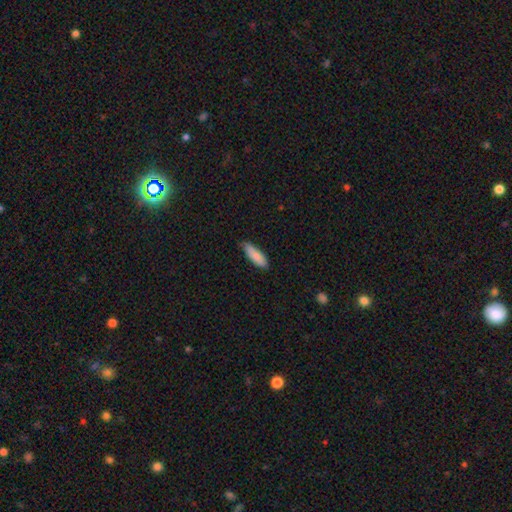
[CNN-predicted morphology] This is clearly a smooth galaxy (86%). How rounded: possibly cigar-shaped (51%). Merging: likely none (74%).